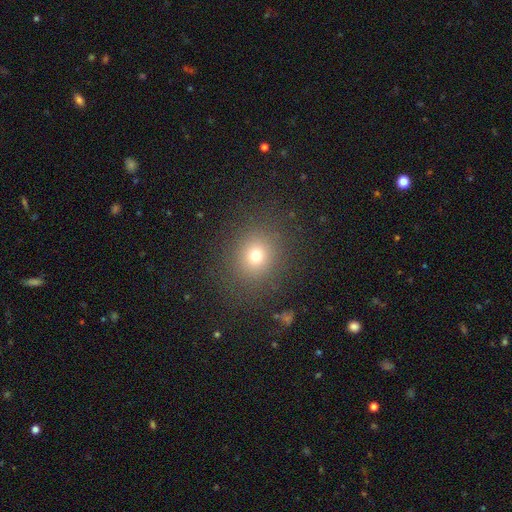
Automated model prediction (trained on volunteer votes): smooth_or_featured: smooth (p=0.71) [alt: star or artifact p=0.19]
how_rounded: round (p=0.82) [alt: in between p=0.17]
merging: none (p=0.85) [alt: minor disturbance p=0.08]